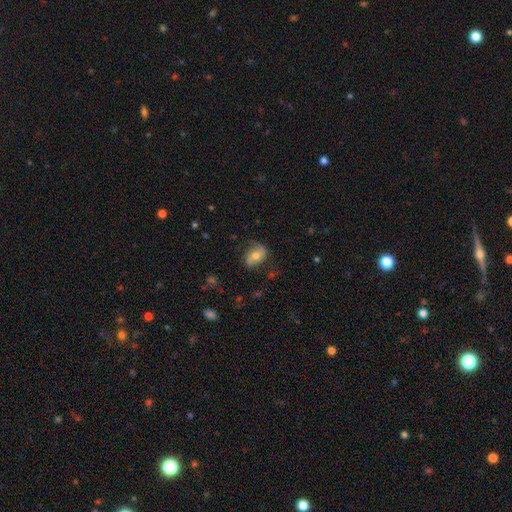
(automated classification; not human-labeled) The model was most divided on "smooth or featured": featured or disk: 50%, smooth: 42%, star or artifact: 8%. More confident: edge-on disk — no (95%); merging — none (63%).